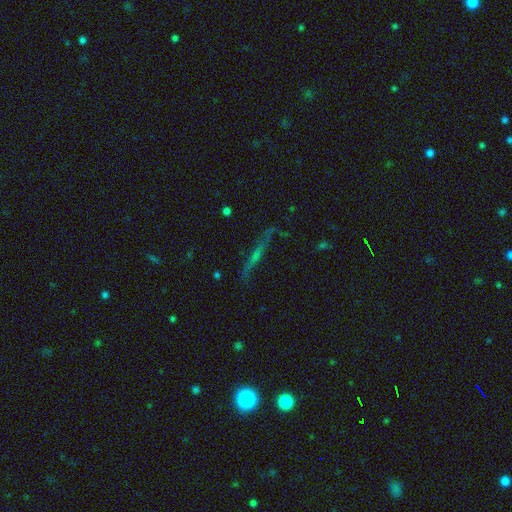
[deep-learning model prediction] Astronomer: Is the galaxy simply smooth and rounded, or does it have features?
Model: featured or disk — 61%.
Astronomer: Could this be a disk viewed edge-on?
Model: yes — 90%.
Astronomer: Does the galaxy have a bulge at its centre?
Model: none — 52% (runner-up: rounded, 37%).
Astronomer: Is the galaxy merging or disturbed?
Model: none — 79%.